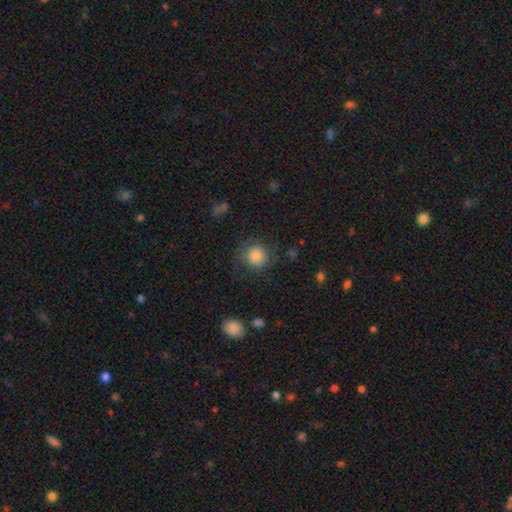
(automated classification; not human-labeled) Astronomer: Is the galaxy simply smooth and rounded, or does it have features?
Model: smooth — 84%.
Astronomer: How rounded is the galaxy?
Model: round — 91%.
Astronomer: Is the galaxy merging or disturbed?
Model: none — 79%.